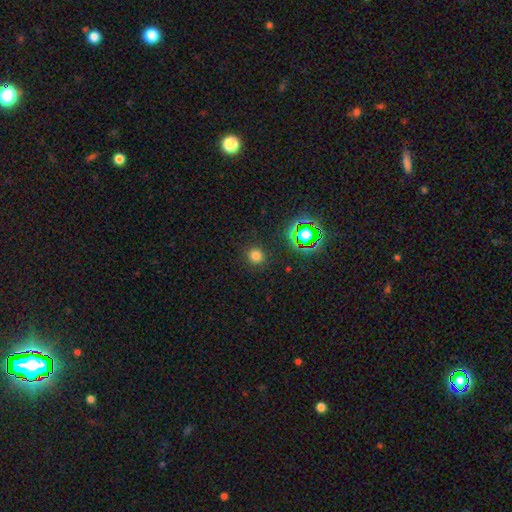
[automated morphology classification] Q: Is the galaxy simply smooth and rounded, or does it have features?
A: smooth — 75%.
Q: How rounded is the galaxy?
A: round — 92%.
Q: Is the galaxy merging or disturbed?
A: none — 90%.